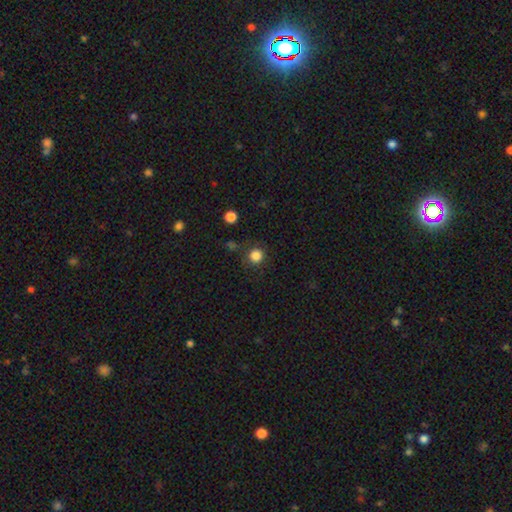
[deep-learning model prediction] Smooth or featured? Predicted: smooth (p=0.84). How rounded? Predicted: round (p=0.93). Merging? Predicted: none (p=0.83).